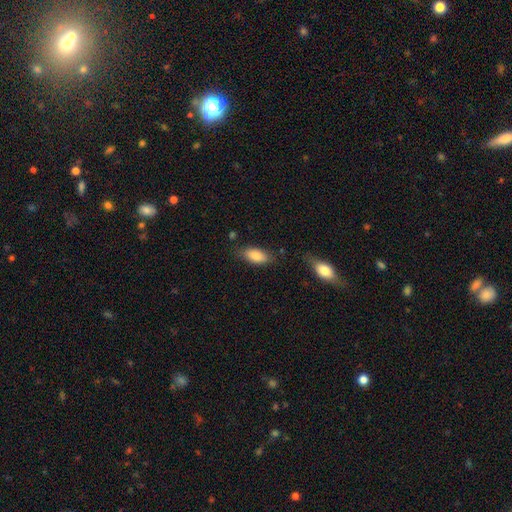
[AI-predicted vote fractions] A smooth galaxy with no disk features (84%) that is in between round and cigar-shaped (87%).

Vote fractions:
- Smooth or featured? smooth: 84% / featured or disk: 9% / star or artifact: 7%
- How rounded? in between: 87% / cigar-shaped: 10% / round: 3%
- Merging? none: 74% / minor disturbance: 18% / major disturbance: 5% / merger: 4%